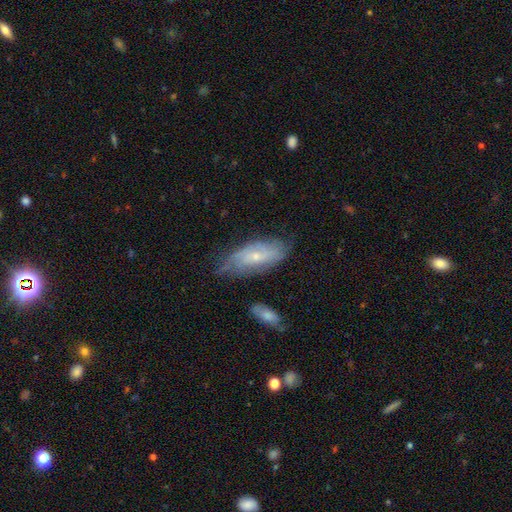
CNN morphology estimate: Overall: featured or disk (64%; smooth 29%). Edge-on disk: no (87%). Bar: no (65%; weak 29%). Spiral arms: yes (82%). Bulge size: small (68%; moderate 28%). Merging: none (63%; minor disturbance 26%).